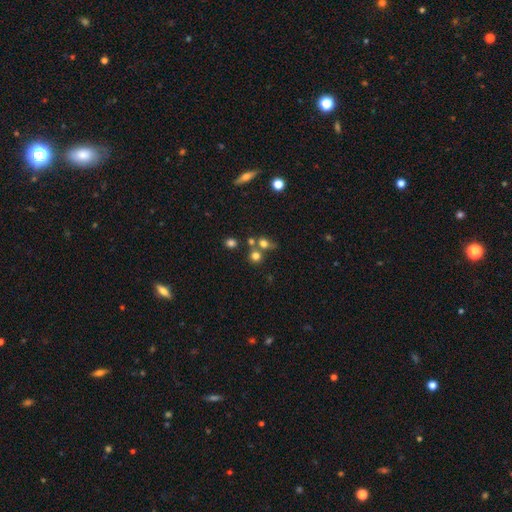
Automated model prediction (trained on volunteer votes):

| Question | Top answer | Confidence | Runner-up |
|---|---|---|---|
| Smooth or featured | smooth | 72% | star or artifact (18%) |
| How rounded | round | 84% | in between (14%) |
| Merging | none | 54% | merger (33%) |